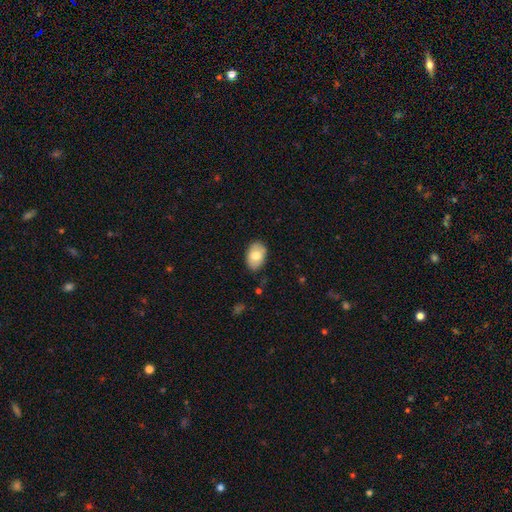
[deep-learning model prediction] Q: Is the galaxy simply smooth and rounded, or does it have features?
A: smooth — 73%.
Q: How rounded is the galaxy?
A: in between — 87%.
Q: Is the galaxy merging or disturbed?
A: none — 84%.